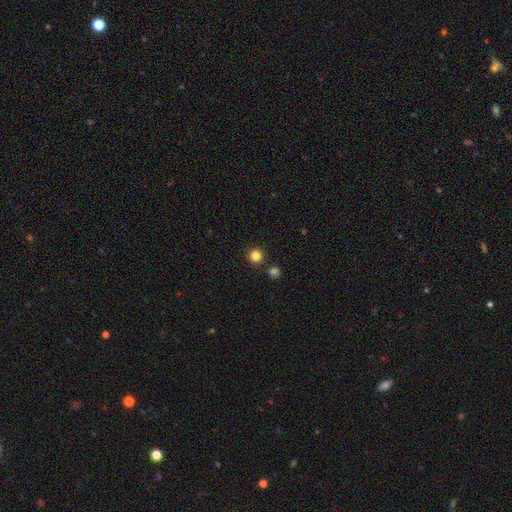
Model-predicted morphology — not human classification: Smooth or featured: smooth — 84% (star or artifact — 12%)
How rounded: round — 95% (in between — 4%)
Merging: none — 88% (minor disturbance — 5%)